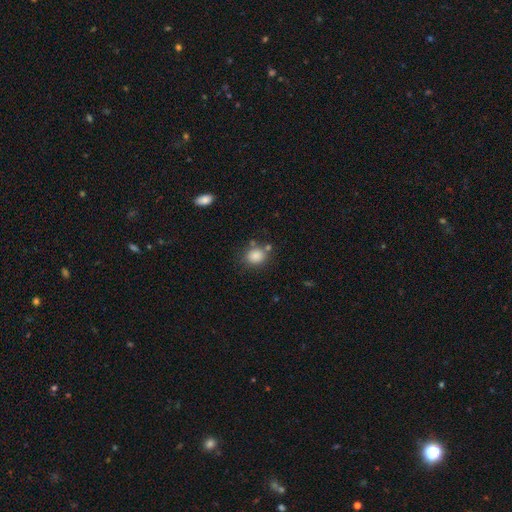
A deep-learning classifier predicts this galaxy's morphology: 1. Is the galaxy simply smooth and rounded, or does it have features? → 85% smooth, 10% star or artifact, 5% featured or disk.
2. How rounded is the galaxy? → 67% round, 32% in between, 1% cigar-shaped.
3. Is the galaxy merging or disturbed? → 71% none, 15% minor disturbance, 9% merger, 5% major disturbance.